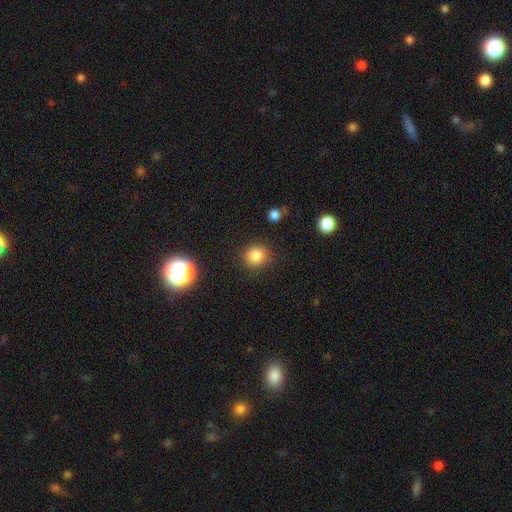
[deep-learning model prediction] This appears to be a smooth galaxy with no disk features (83%) that is round (90%). Merging: none (87%).